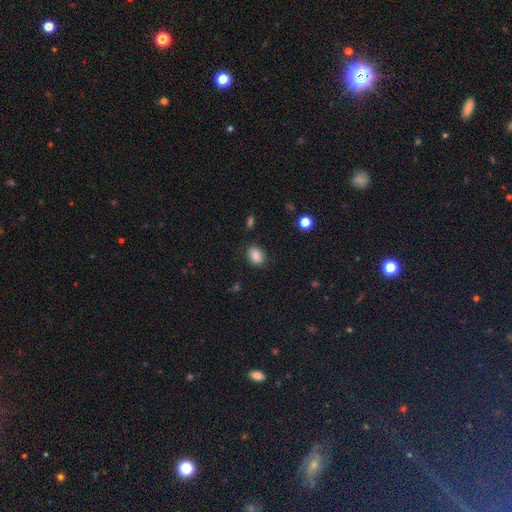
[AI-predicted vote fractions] This appears to be a smooth galaxy with no disk features (86%) that is in between round and cigar-shaped (60%). Merging: none (84%).